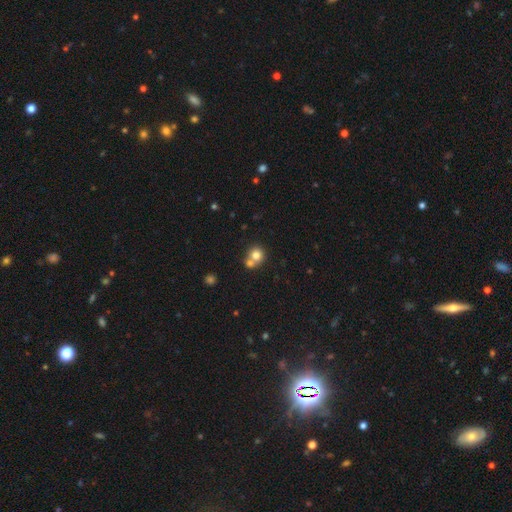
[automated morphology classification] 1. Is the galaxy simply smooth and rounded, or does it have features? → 77% smooth, 12% featured or disk, 11% star or artifact.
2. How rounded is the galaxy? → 86% round, 13% in between, 1% cigar-shaped.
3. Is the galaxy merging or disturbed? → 49% merger, 42% none, 6% minor disturbance, 3% major disturbance.